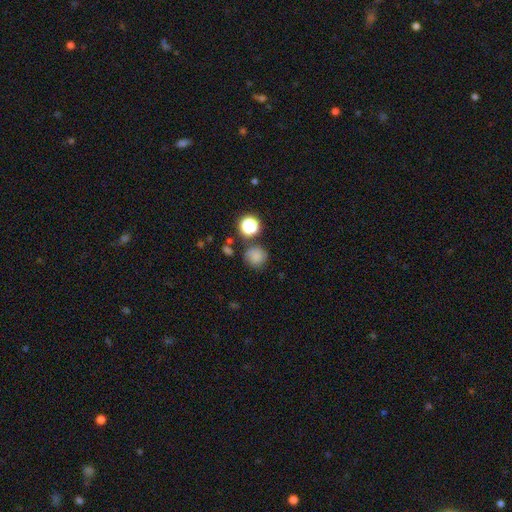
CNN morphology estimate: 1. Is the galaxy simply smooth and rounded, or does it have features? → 76% smooth, 16% star or artifact, 8% featured or disk.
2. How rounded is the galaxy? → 89% round, 10% in between, 1% cigar-shaped.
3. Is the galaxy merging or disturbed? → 70% none, 16% minor disturbance, 8% merger, 5% major disturbance.